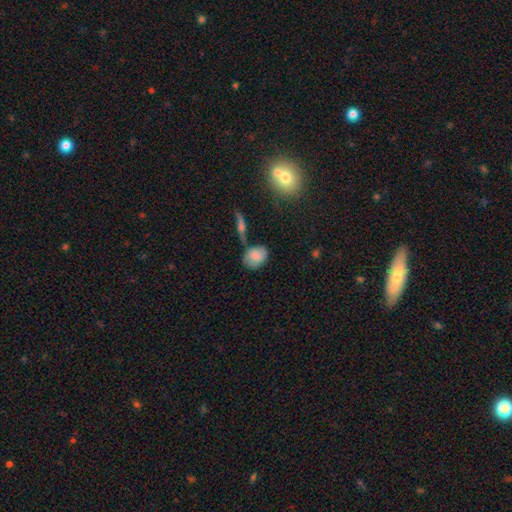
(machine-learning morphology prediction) Smooth or featured: smooth — 77% (featured or disk — 14%)
How rounded: in between — 68% (round — 30%)
Merging: none — 56% (minor disturbance — 23%)